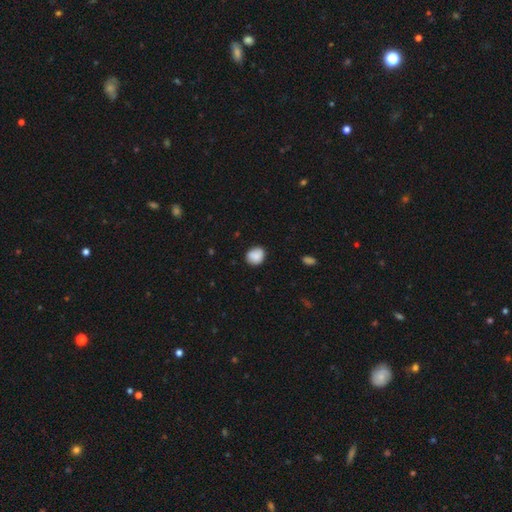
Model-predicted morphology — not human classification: Q: Smooth or featured?
A: smooth (85%); runner-up: star or artifact (8%)
Q: How rounded?
A: round (69%); runner-up: in between (30%)
Q: Merging?
A: none (78%); runner-up: minor disturbance (17%)